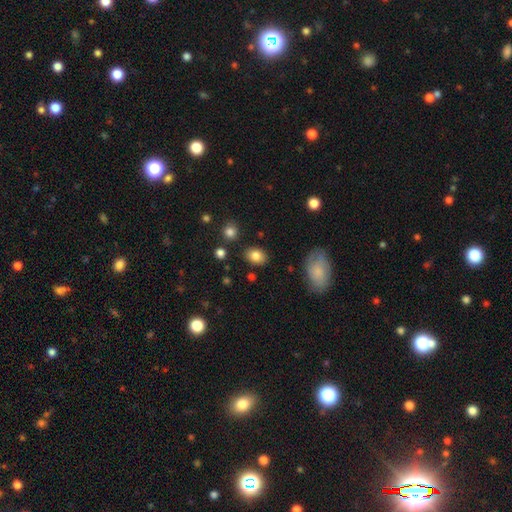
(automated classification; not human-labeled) Smooth or featured: smooth — 83% (star or artifact — 9%)
How rounded: in between — 69% (round — 30%)
Merging: none — 84% (minor disturbance — 10%)